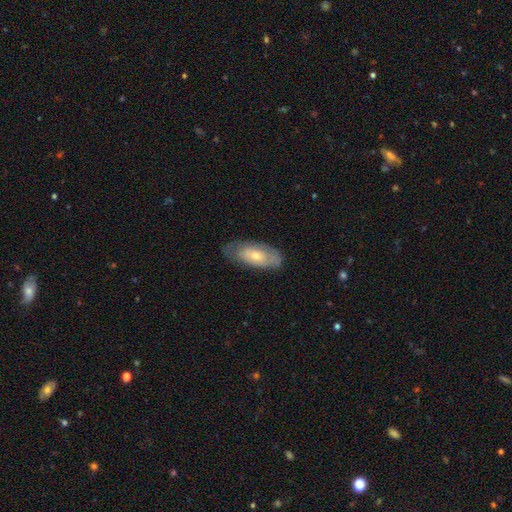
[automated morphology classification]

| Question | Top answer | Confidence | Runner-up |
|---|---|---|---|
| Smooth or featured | smooth | 55% | featured or disk (39%) |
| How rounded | in between | 85% | cigar-shaped (12%) |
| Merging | none | 69% | minor disturbance (23%) |